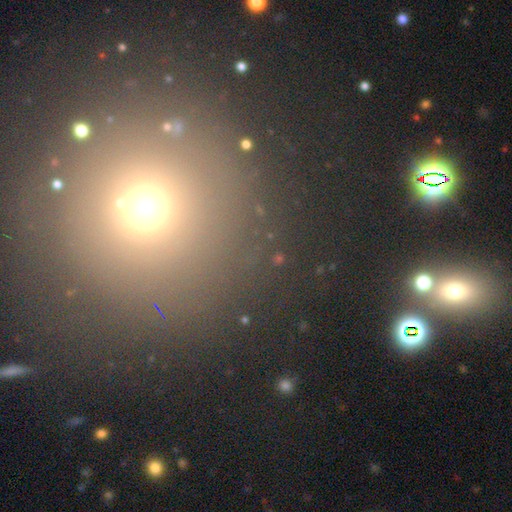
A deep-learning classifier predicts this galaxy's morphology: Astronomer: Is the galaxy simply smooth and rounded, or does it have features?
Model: smooth — 54% (runner-up: star or artifact, 38%).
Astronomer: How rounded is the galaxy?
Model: round — 94%.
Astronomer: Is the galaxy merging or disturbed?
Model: none — 84%.